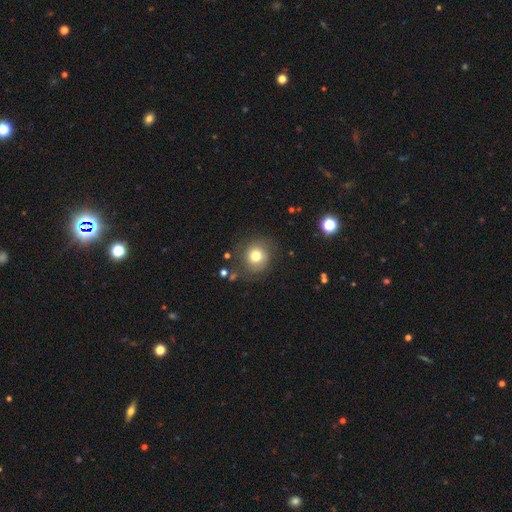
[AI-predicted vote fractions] Smooth or featured?
  - smooth: 73% *
  - featured or disk: 16%
  - star or artifact: 11%
How rounded?
  - round: 86% *
  - in between: 13%
  - cigar-shaped: 1%
Merging?
  - none: 75% *
  - minor disturbance: 15%
  - major disturbance: 7%
  - merger: 3%